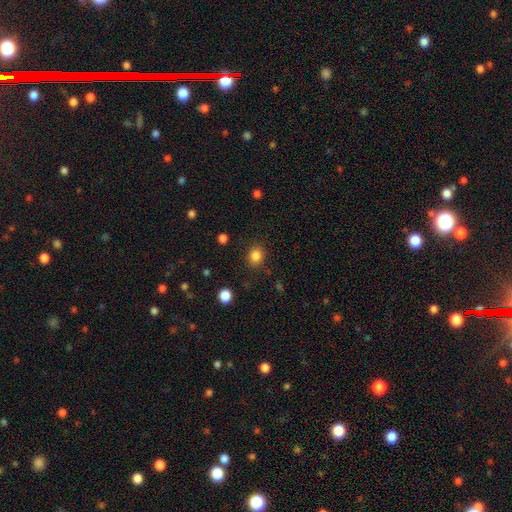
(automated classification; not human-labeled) Morphology: type=smooth (84%); roundness=round (69%); merging=none (85%).